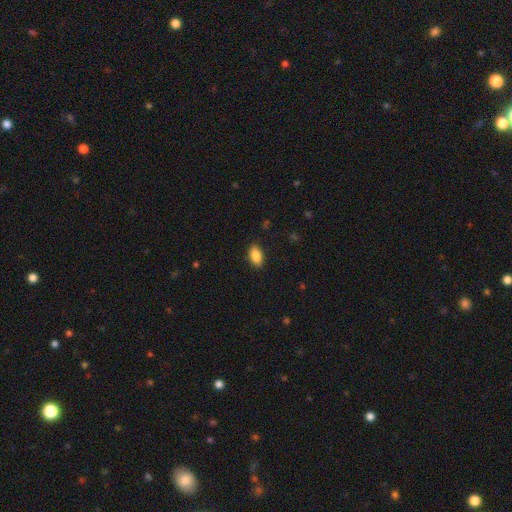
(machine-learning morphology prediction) Q: Smooth or featured?
A: smooth (88%); runner-up: star or artifact (7%)
Q: How rounded?
A: in between (92%); runner-up: round (6%)
Q: Merging?
A: none (88%); runner-up: minor disturbance (9%)